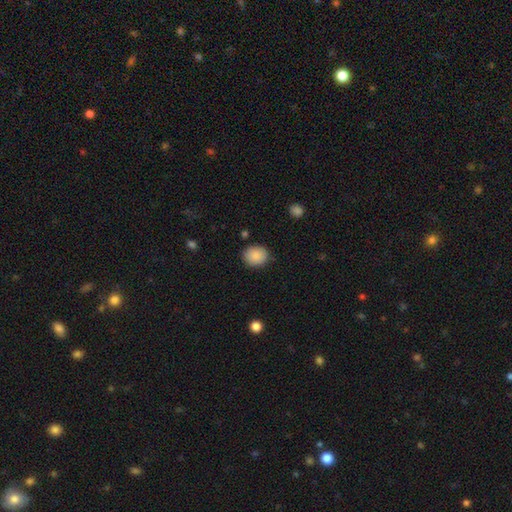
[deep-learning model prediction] Smooth or featured? smooth (88%)
How rounded? round (63%)
Merging? none (86%)